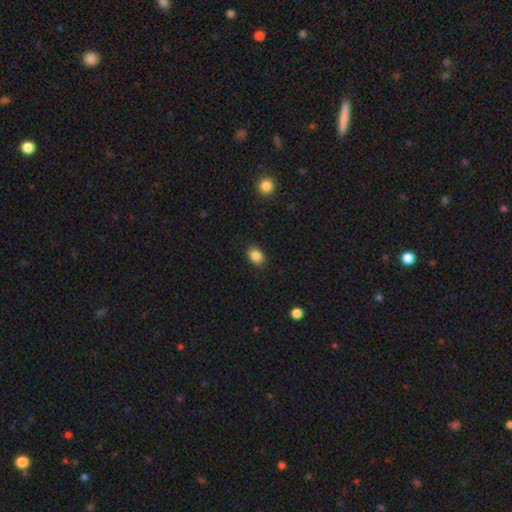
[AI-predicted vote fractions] Overall: smooth (87%). How rounded: in between (72%). Merging: none (88%).